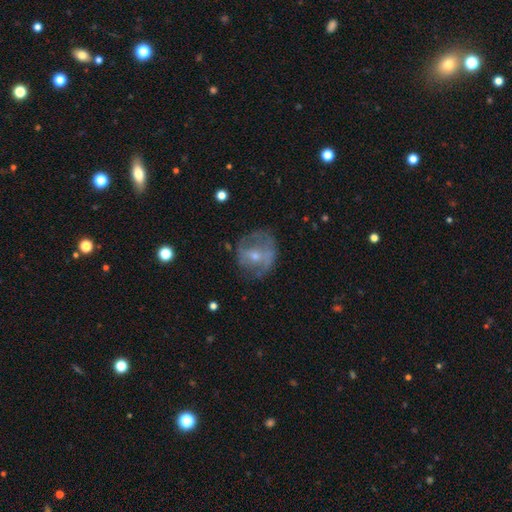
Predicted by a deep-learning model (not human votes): Smooth or featured: featured or disk — 61% (smooth — 28%)
Edge-on disk: no — 96% (yes — 4%)
Bar: no — 54% (weak — 34%)
Spiral arms: yes — 52% (no — 48%)
Bulge size: small — 59% (moderate — 36%)
Merging: none — 57% (minor disturbance — 23%)